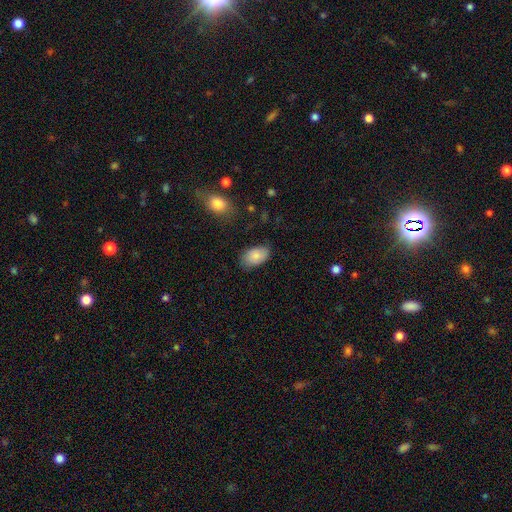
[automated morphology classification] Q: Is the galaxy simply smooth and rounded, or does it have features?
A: smooth — 85%.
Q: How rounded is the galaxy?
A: in between — 92%.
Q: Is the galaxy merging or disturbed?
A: none — 74%.